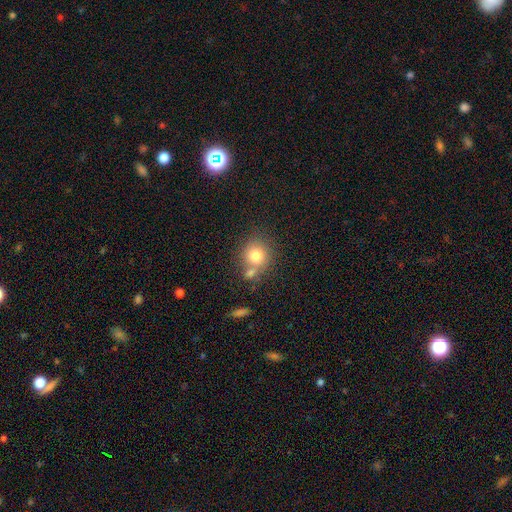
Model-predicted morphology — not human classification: Smooth or featured: smooth — 78% (featured or disk — 11%)
How rounded: round — 84% (in between — 15%)
Merging: none — 54% (merger — 30%)